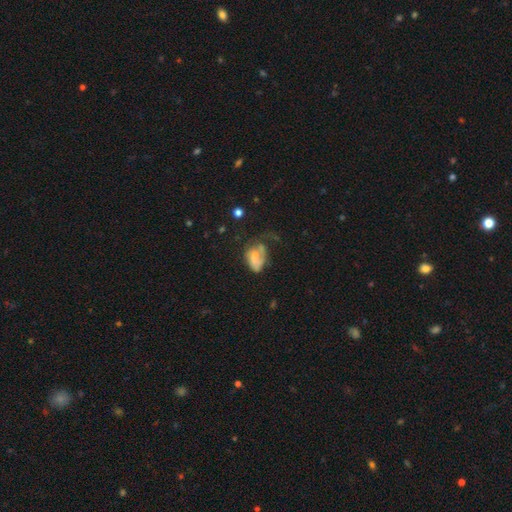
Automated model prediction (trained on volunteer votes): Smooth or featured? smooth (53%)
How rounded? in between (84%)
Merging? major disturbance (40%)